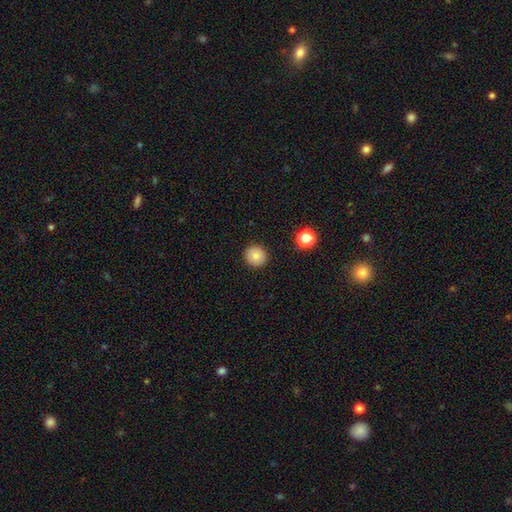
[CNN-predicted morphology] smooth_or_featured: smooth (p=0.83) [alt: star or artifact p=0.10]
how_rounded: round (p=0.95) [alt: in between p=0.04]
merging: none (p=0.92) [alt: minor disturbance p=0.05]